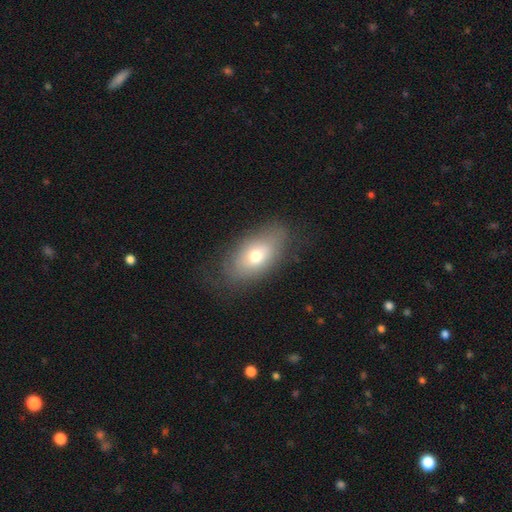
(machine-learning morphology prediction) type=smooth (65%); roundness=in between (90%); merging=none (72%).